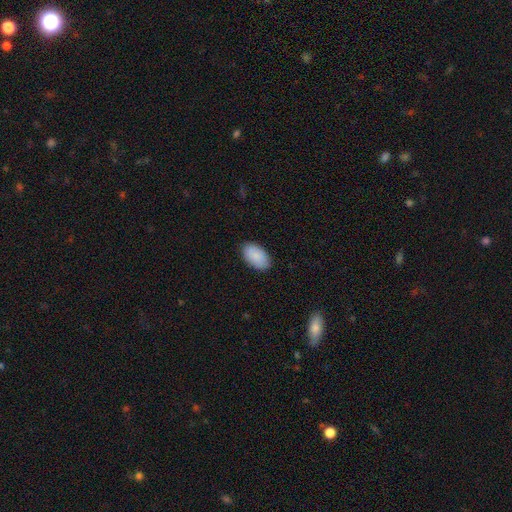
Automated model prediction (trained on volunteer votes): Morphology: type=smooth (87%); roundness=in between (94%); merging=none (86%).